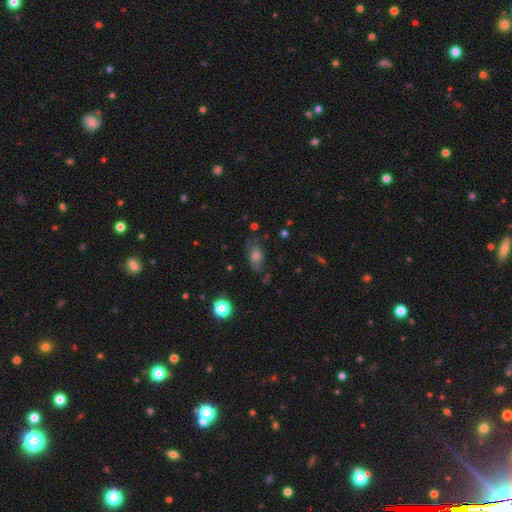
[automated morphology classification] This is possibly a smooth galaxy (47%). Merging: likely none (64%).